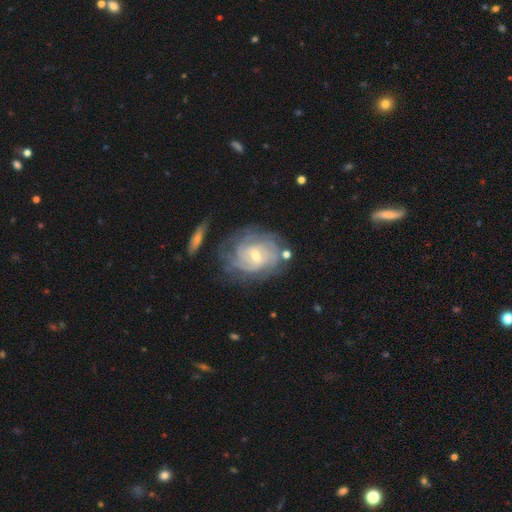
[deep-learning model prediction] smooth-or-featured: featured or disk: 84% | smooth: 9% | star or artifact: 6%
  disk-edge-on: no: 97% | yes: 3%
    bar: weak: 50% | no: 38% | strong: 12%
    has-spiral-arms: yes: 95% | no: 5%
      spiral-winding: tight: 71% | medium: 23% | loose: 6%
      spiral-arm-count: can't tell: 41% | 4: 19% | 3: 15% | 2: 12% | more than 4: 8% | 1: 5%
    bulge-size: small: 59% | moderate: 37% | large: 2% | none: 2% | dominant: 1%
  merging: none: 67% | minor disturbance: 18% | major disturbance: 9% | merger: 5%